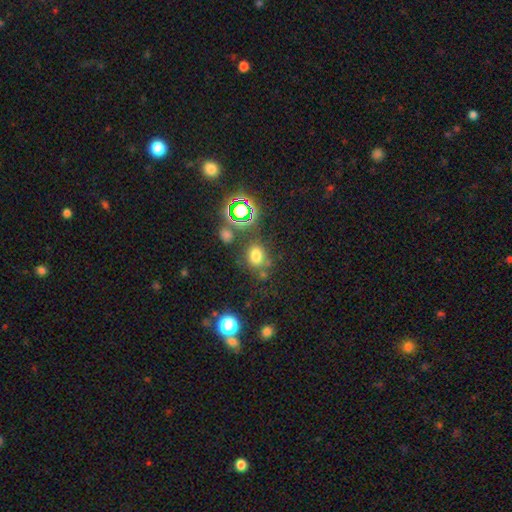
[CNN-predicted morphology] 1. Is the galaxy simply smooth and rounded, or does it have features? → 68% smooth, 23% star or artifact, 9% featured or disk.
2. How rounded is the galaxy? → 56% round, 43% in between, 1% cigar-shaped.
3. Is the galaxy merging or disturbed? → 68% none, 14% minor disturbance, 12% merger, 7% major disturbance.